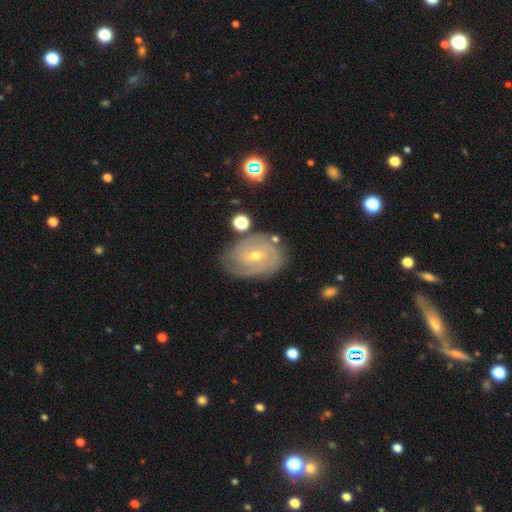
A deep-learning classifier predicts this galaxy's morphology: A featured or disk galaxy (77%) with no bar (51%), tight (65%) spiral arms (90%) and a small central bulge (59%).

Vote fractions:
- Smooth or featured? featured or disk: 77% / smooth: 15% / star or artifact: 8%
- Edge-on disk? no: 96% / yes: 4%
- Bar? no: 51% / weak: 41% / strong: 8%
- Spiral arms? yes: 90% / no: 10%
- Spiral winding? tight: 65% / medium: 27% / loose: 8%
- Spiral arm count? can't tell: 39% / 2: 30% / 3: 17% / 4: 6% / 1: 5% / more than 4: 4%
- Bulge size? small: 59% / moderate: 38% / large: 1% / none: 1% / dominant: 1%
- Merging? none: 72% / minor disturbance: 19% / major disturbance: 6% / merger: 3%